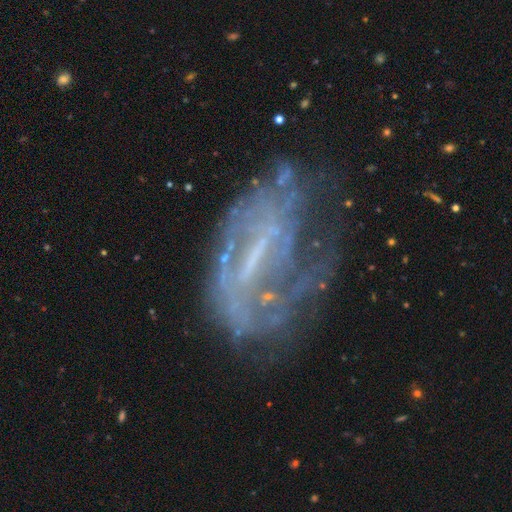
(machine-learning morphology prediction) Smooth or featured?
  - featured or disk: 73% *
  - star or artifact: 14%
  - smooth: 14%
Edge-on disk?
  - no: 94% *
  - yes: 6%
Bar?
  - weak: 38% *
  - strong: 37%
  - no: 25%
Spiral arms?
  - yes: 61% *
  - no: 39%
Bulge size?
  - none: 47% *
  - small: 36%
  - moderate: 15%
  - large: 2%
  - dominant: 1%
Merging?
  - none: 46% *
  - major disturbance: 28%
  - minor disturbance: 22%
  - merger: 4%